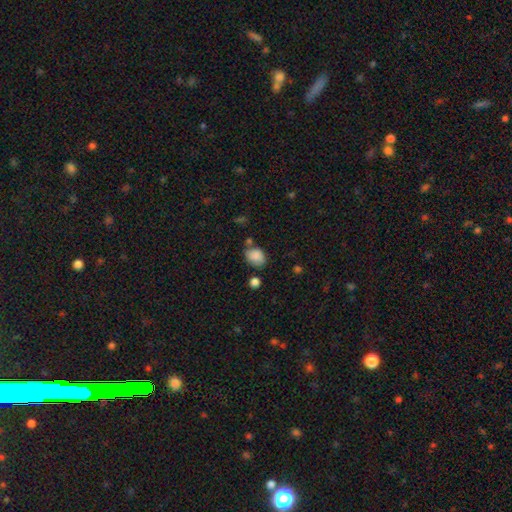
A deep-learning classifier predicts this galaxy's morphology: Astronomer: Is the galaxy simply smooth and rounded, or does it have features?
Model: smooth — 84%.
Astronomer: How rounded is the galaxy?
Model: in between — 56% (runner-up: round, 43%).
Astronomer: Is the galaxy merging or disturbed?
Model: none — 62%.